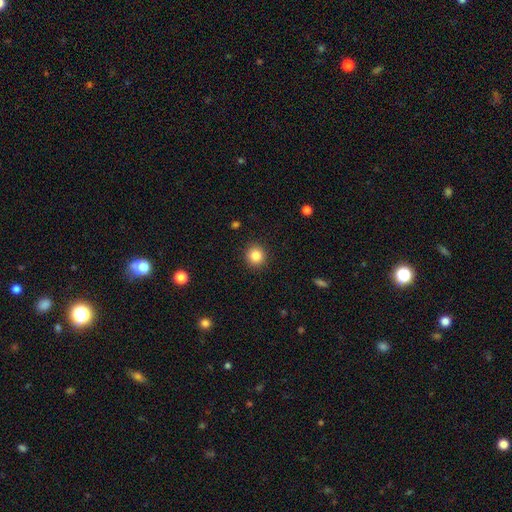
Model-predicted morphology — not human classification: A smooth galaxy with no disk features (85%) that is round (89%). Merging: none (91%).